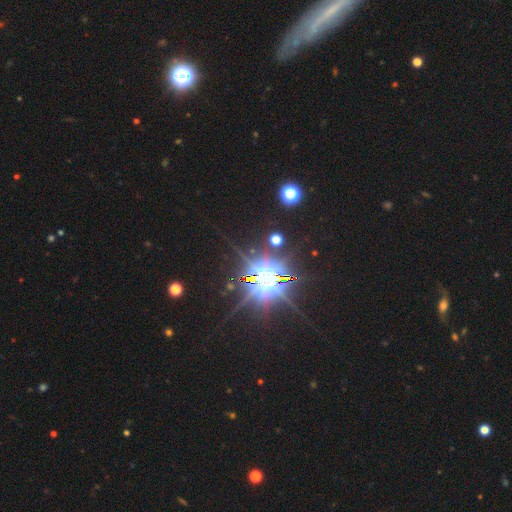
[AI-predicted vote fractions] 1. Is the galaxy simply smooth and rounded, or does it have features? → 86% star or artifact, 7% featured or disk, 7% smooth.